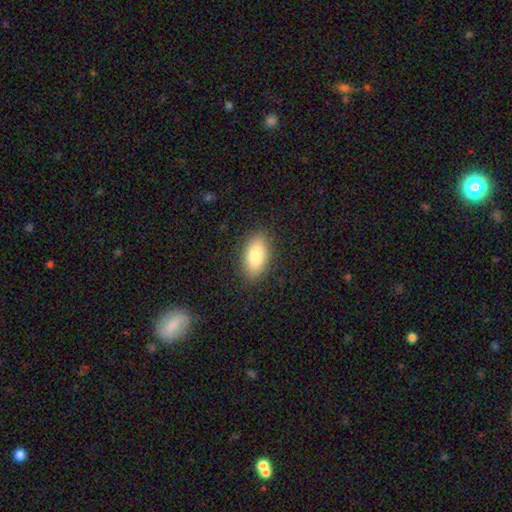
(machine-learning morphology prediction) Smooth or featured?
  - smooth: 81% *
  - featured or disk: 12%
  - star or artifact: 7%
How rounded?
  - in between: 91% *
  - round: 4%
  - cigar-shaped: 4%
Merging?
  - none: 87% *
  - minor disturbance: 9%
  - major disturbance: 3%
  - merger: 1%